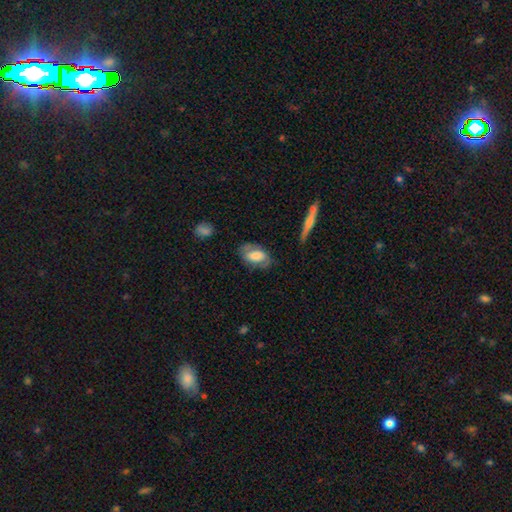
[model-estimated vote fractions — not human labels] This is possibly a smooth galaxy (59%). How rounded: clearly in between (90%). Merging: likely none (67%).